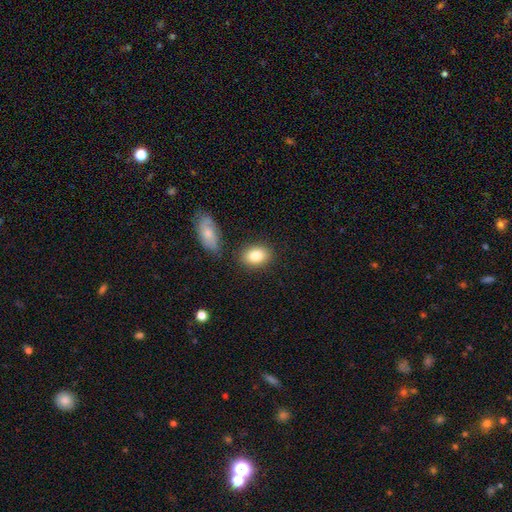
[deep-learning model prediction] Smooth or featured?
  - smooth: 83% *
  - featured or disk: 10%
  - star or artifact: 8%
How rounded?
  - in between: 75% *
  - round: 23%
  - cigar-shaped: 2%
Merging?
  - none: 80% *
  - minor disturbance: 11%
  - merger: 6%
  - major disturbance: 3%